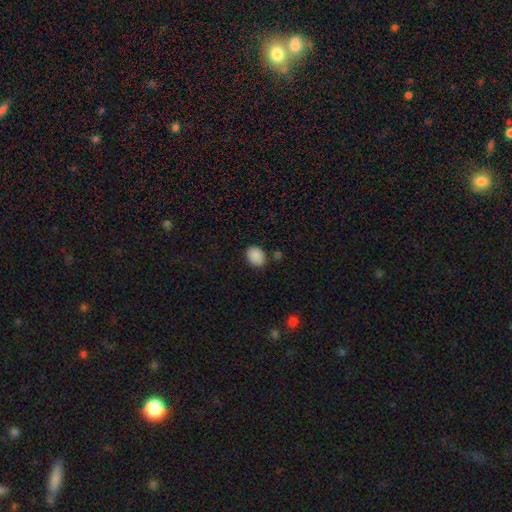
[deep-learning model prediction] Morphology: type=smooth (89%); roundness=in between (62%); merging=none (83%).